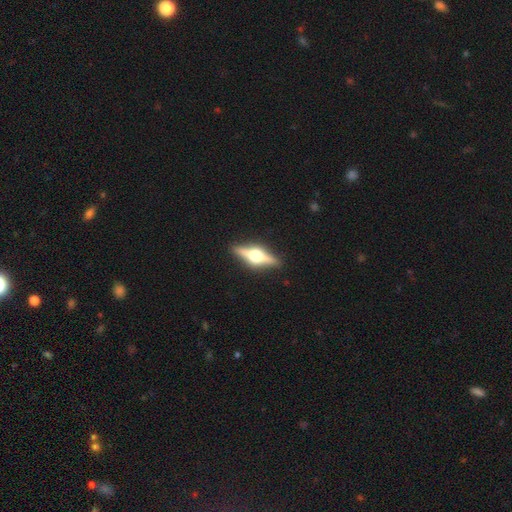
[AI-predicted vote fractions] Smooth or featured? Predicted: featured or disk (p=0.78). Edge-on disk? Predicted: yes (p=0.97). Edge-on bulge? Predicted: rounded (p=0.95). Merging? Predicted: none (p=0.90).